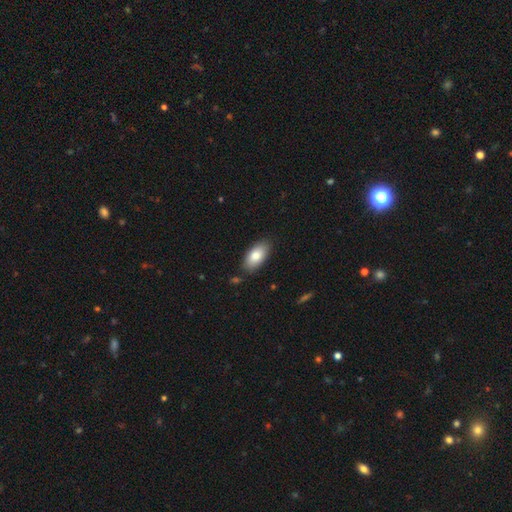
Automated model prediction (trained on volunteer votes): Overall: smooth (82%). How rounded: in between (92%). Merging: none (84%).